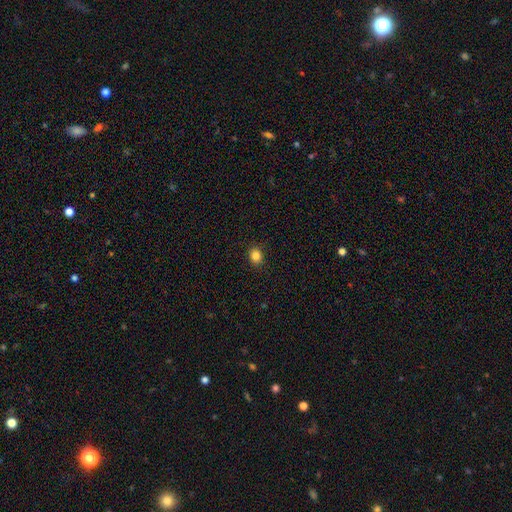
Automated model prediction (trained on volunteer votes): Smooth or featured: smooth — 85% (star or artifact — 11%)
How rounded: round — 65% (in between — 34%)
Merging: none — 91% (minor disturbance — 7%)